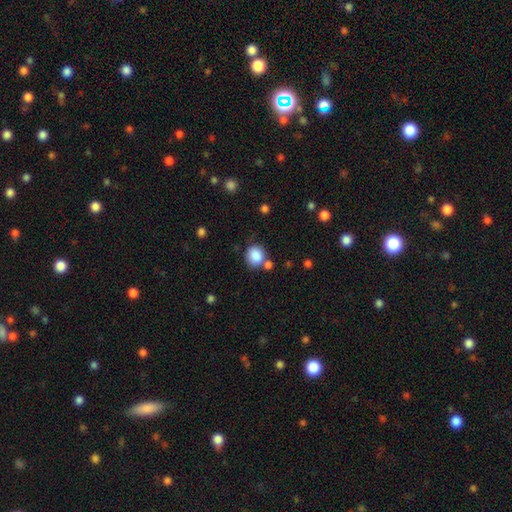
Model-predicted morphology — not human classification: This is clearly a smooth galaxy (86%). How rounded: likely round (78%). Merging: likely none (65%).